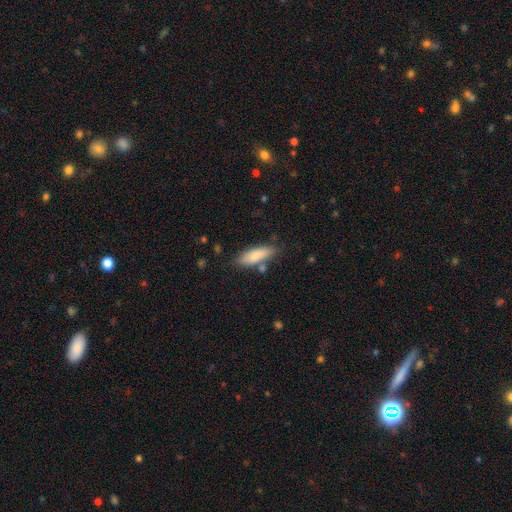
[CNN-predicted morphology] Smooth or featured: smooth — 83% (featured or disk — 10%)
How rounded: in between — 54% (cigar-shaped — 44%)
Merging: none — 73% (minor disturbance — 16%)